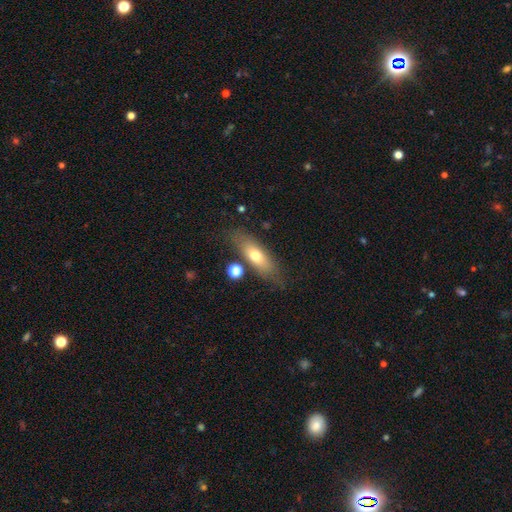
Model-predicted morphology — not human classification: type=smooth (63%); roundness=in between (59%); merging=none (74%).